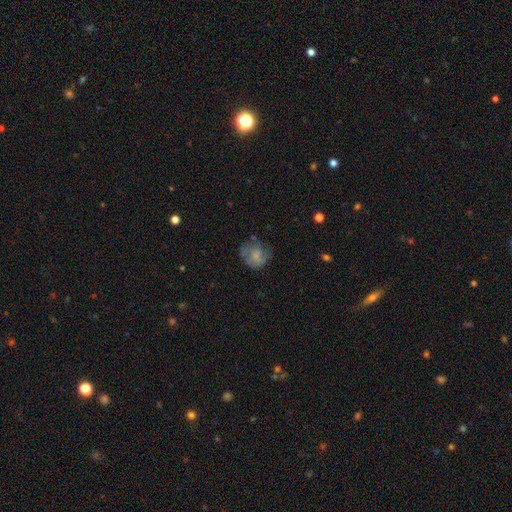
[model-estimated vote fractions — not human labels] Smooth or featured: smooth — 54% (featured or disk — 36%)
How rounded: round — 78% (in between — 21%)
Merging: none — 51% (minor disturbance — 26%)